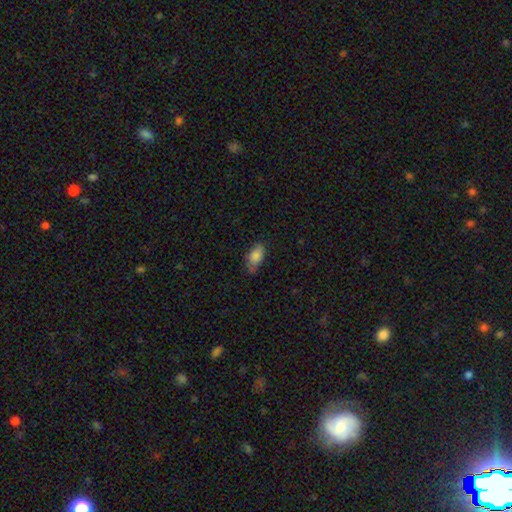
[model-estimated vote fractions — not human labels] Smooth or featured?
  - smooth: 82% *
  - featured or disk: 10%
  - star or artifact: 8%
How rounded?
  - in between: 92% *
  - round: 5%
  - cigar-shaped: 3%
Merging?
  - none: 65% *
  - minor disturbance: 26%
  - major disturbance: 5%
  - merger: 4%